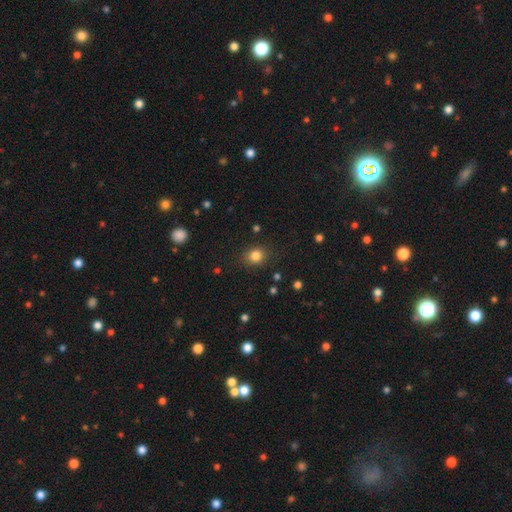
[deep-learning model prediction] Smooth or featured? smooth (82%)
How rounded? round (69%)
Merging? none (85%)